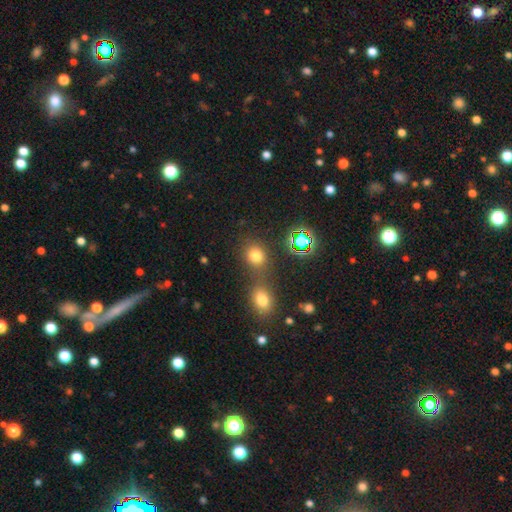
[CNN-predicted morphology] Smooth or featured: smooth — 71% (star or artifact — 22%)
How rounded: round — 63% (in between — 35%)
Merging: none — 59% (merger — 27%)